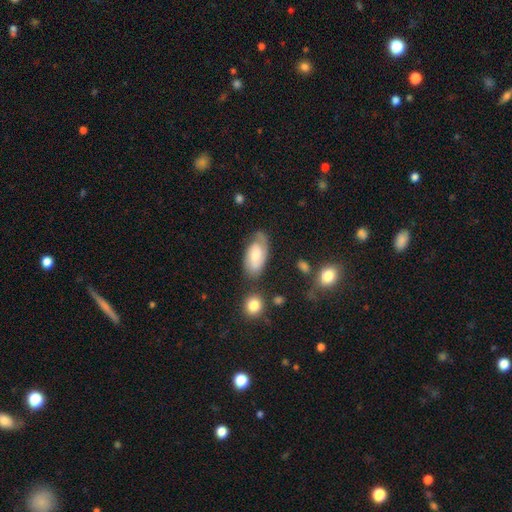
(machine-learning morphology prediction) Smooth or featured?
  - featured or disk: 56% *
  - smooth: 37%
  - star or artifact: 7%
Edge-on disk?
  - no: 94% *
  - yes: 6%
Bar?
  - no: 54% *
  - weak: 38%
  - strong: 8%
Spiral arms?
  - yes: 87% *
  - no: 13%
Bulge size?
  - moderate: 47% *
  - small: 30%
  - large: 15%
  - none: 6%
  - dominant: 2%
Merging?
  - none: 61% *
  - minor disturbance: 23%
  - major disturbance: 10%
  - merger: 6%